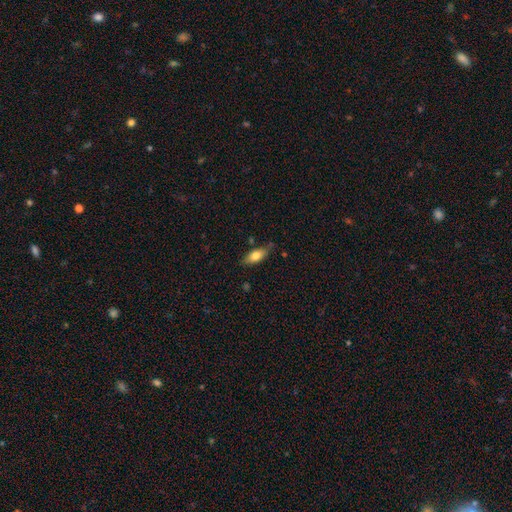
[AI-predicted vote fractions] Smooth or featured: smooth — 72% (featured or disk — 21%)
How rounded: in between — 76% (cigar-shaped — 21%)
Merging: none — 73% (minor disturbance — 20%)